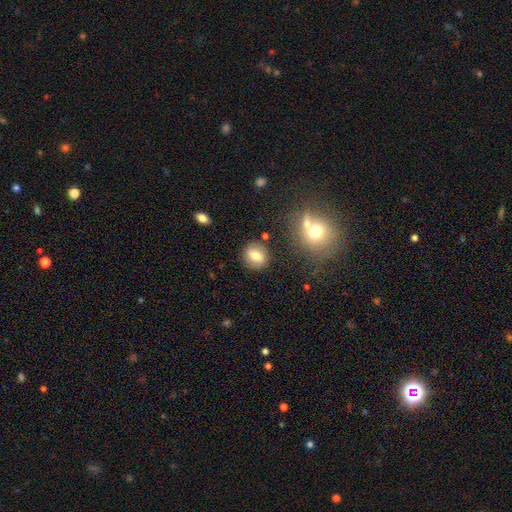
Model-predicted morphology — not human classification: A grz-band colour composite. It shows a smooth galaxy with no disk features (71%) that is round (70%). Merging: none (84%).